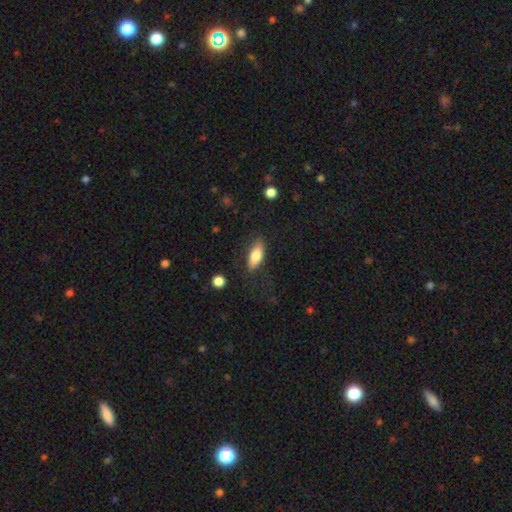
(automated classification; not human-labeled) Smooth or featured: smooth — 76% (featured or disk — 17%)
How rounded: in between — 76% (cigar-shaped — 22%)
Merging: none — 78% (minor disturbance — 15%)